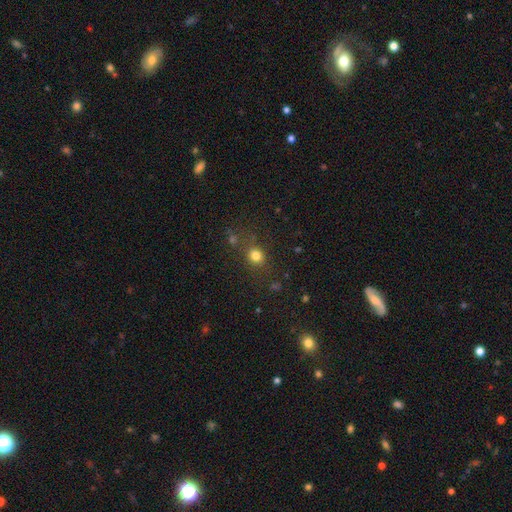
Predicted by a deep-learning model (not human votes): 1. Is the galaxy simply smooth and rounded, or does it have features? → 79% smooth, 15% star or artifact, 6% featured or disk.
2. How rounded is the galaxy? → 78% round, 21% in between, 1% cigar-shaped.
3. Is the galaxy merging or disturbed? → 77% none, 12% minor disturbance, 6% major disturbance, 5% merger.